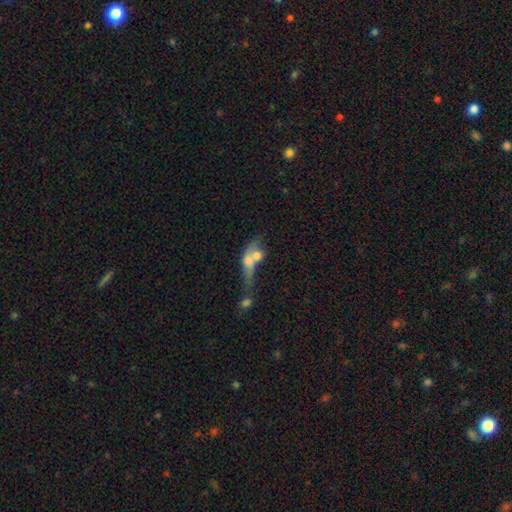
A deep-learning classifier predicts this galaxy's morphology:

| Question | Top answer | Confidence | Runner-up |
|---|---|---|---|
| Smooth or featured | smooth | 56% | featured or disk (33%) |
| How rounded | in between | 59% | round (25%) |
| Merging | merger | 62% | major disturbance (16%) |